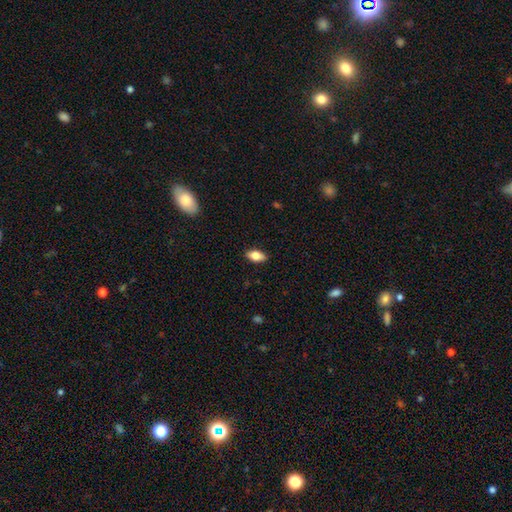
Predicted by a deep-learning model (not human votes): Smooth or featured? smooth (77%)
How rounded? in between (89%)
Merging? none (89%)